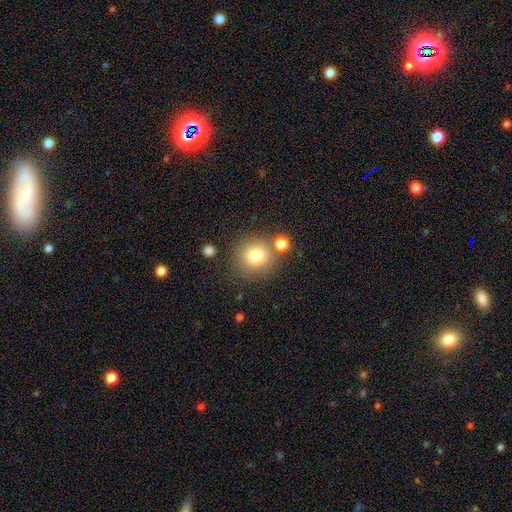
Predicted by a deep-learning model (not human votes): This appears to be a smooth galaxy with no disk features (78%) that is round (90%). Merging: none (73%).